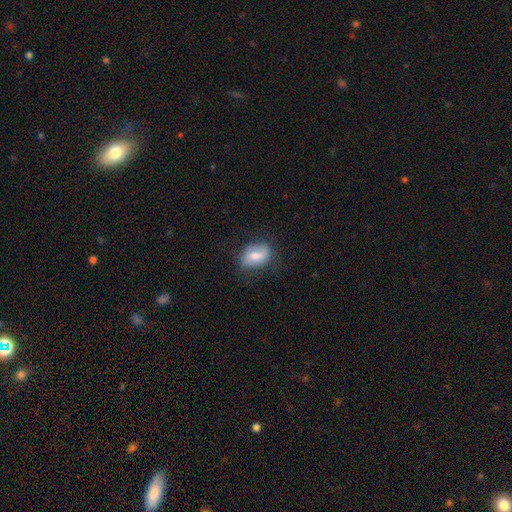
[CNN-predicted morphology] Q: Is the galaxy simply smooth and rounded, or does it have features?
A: smooth — 66%.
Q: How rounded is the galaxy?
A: in between — 83%.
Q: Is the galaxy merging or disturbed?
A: none — 71%.